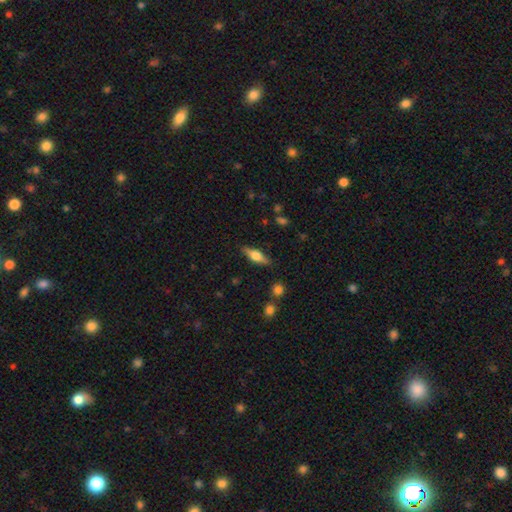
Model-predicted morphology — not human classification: smooth 53%, featured or disk 40%, star or artifact 7%. Down the decision tree: how rounded — in between (59%); merging — none (83%).